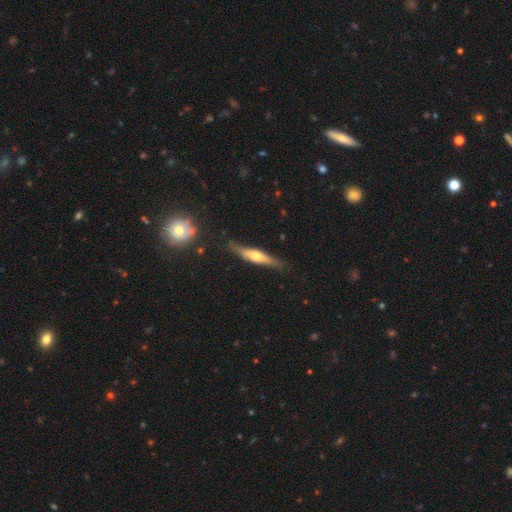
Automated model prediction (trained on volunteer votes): Smooth or featured? Predicted: featured or disk (p=0.58). Edge-on disk? Predicted: yes (p=0.92). Edge-on bulge? Predicted: rounded (p=0.82). Merging? Predicted: none (p=0.79).